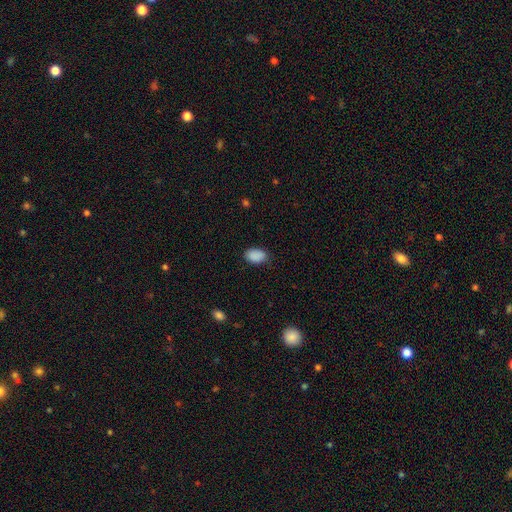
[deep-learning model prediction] Overall: smooth (90%). How rounded: in between (88%). Merging: none (82%).